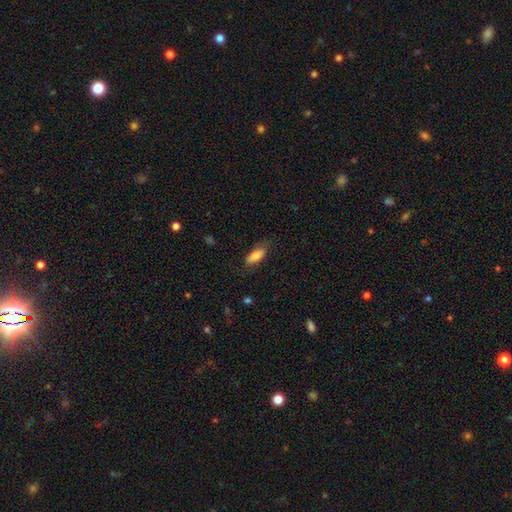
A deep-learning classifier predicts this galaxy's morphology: Smooth or featured?
  - smooth: 80% *
  - featured or disk: 13%
  - star or artifact: 6%
How rounded?
  - in between: 75% *
  - cigar-shaped: 23%
  - round: 2%
Merging?
  - none: 78% *
  - minor disturbance: 17%
  - major disturbance: 4%
  - merger: 1%